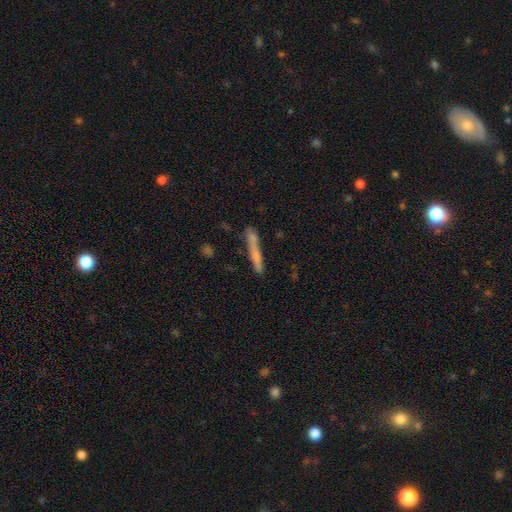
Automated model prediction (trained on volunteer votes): Overall: smooth (66%). How rounded: cigar-shaped (92%). Merging: none (64%).